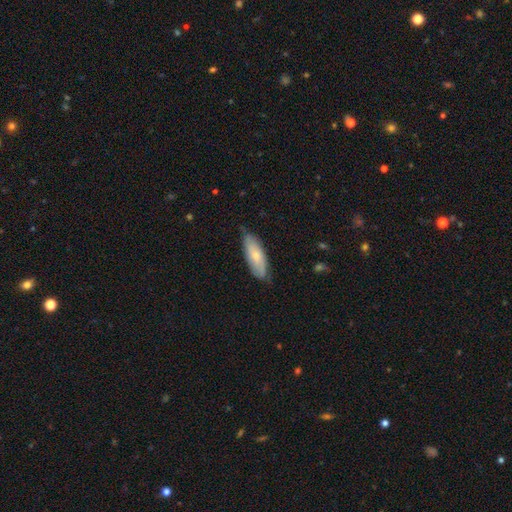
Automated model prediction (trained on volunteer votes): Q: Smooth or featured?
A: smooth (64%); runner-up: featured or disk (31%)
Q: How rounded?
A: in between (69%); runner-up: cigar-shaped (30%)
Q: Merging?
A: none (71%); runner-up: minor disturbance (24%)